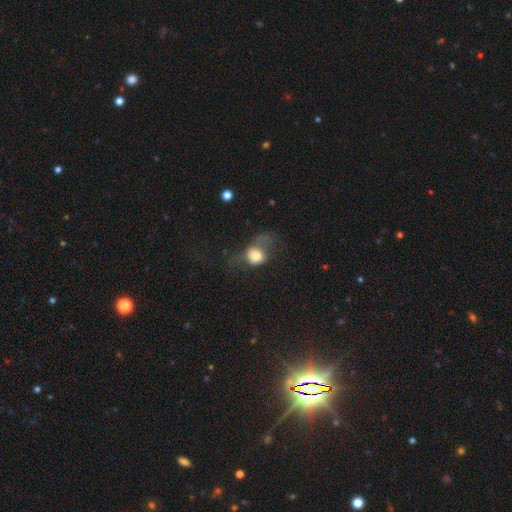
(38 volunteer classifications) Smooth or featured? smooth (76%)
How rounded? round (66%)
Merging? major disturbance (55%)